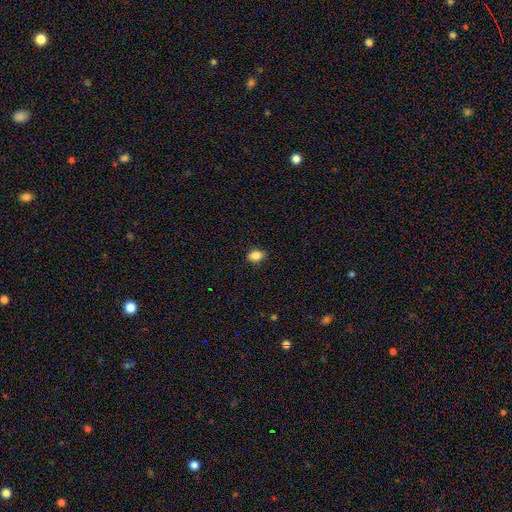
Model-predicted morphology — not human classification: The model was most divided on "how rounded": in between: 79%, round: 20%, cigar-shaped: 2%. More confident: merging — none (88%); smooth or featured — smooth (86%).